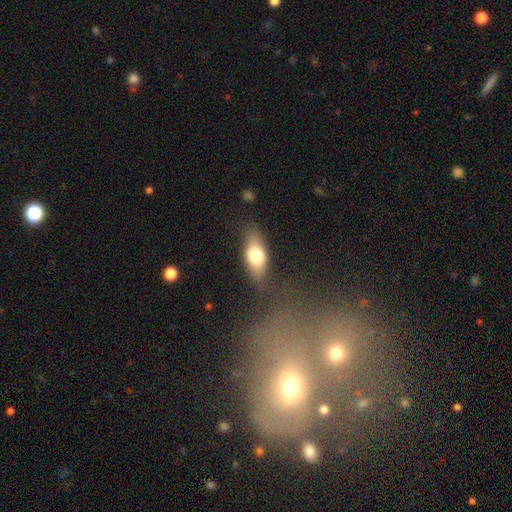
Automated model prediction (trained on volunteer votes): smooth_or_featured: smooth (p=0.70) [alt: featured or disk p=0.23]
how_rounded: in between (p=0.79) [alt: cigar-shaped p=0.16]
merging: none (p=0.76) [alt: minor disturbance p=0.16]